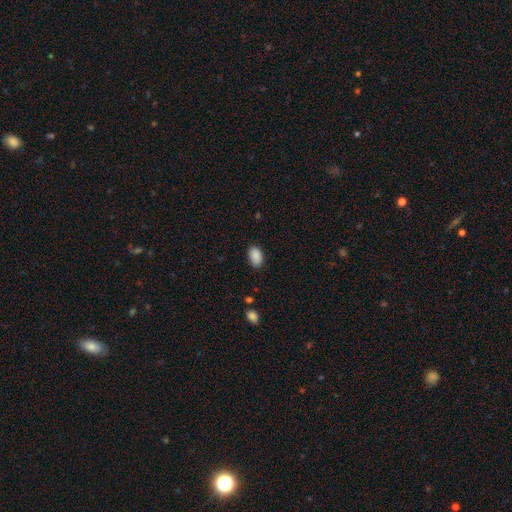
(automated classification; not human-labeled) smooth_or_featured: smooth (p=0.89) [alt: star or artifact p=0.07]
how_rounded: in between (p=0.89) [alt: round p=0.10]
merging: none (p=0.82) [alt: minor disturbance p=0.14]